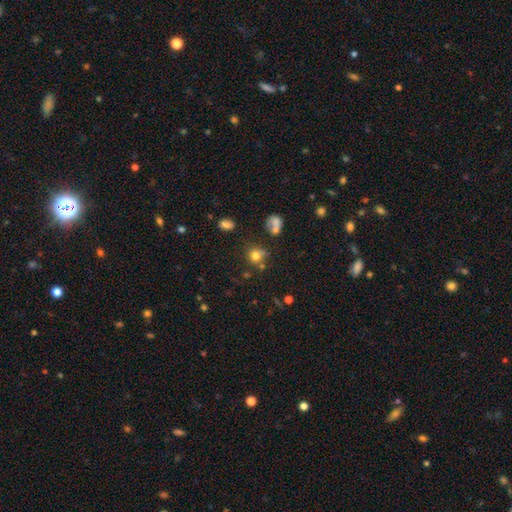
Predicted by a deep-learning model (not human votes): smooth_or_featured: smooth (p=0.75) [alt: star or artifact p=0.16]
how_rounded: round (p=0.84) [alt: in between p=0.15]
merging: none (p=0.62) [alt: merger p=0.16]